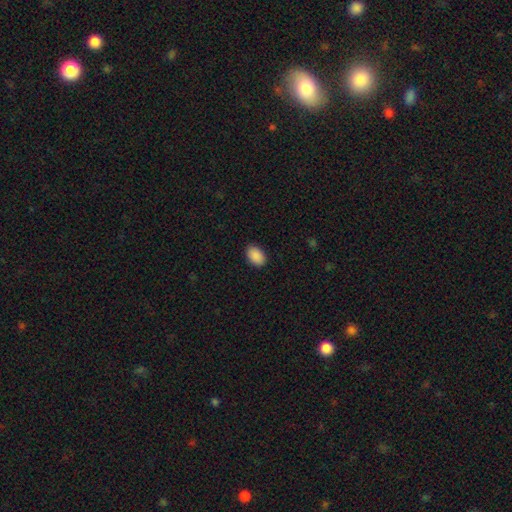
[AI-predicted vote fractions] smooth_or_featured: smooth (p=0.91) [alt: star or artifact p=0.07]
how_rounded: in between (p=0.87) [alt: round p=0.12]
merging: none (p=0.90) [alt: minor disturbance p=0.08]